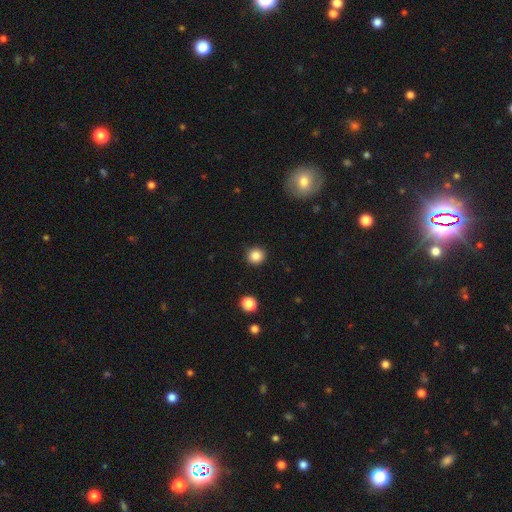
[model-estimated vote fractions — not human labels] Q: Smooth or featured?
A: smooth (85%); runner-up: star or artifact (11%)
Q: How rounded?
A: round (93%); runner-up: in between (6%)
Q: Merging?
A: none (92%); runner-up: minor disturbance (5%)